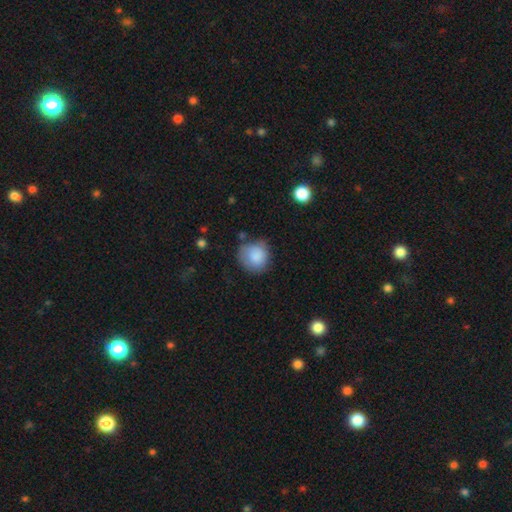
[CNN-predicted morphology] This appears to be a smooth galaxy with no disk features (84%) that is round (86%). Merging: none (65%).